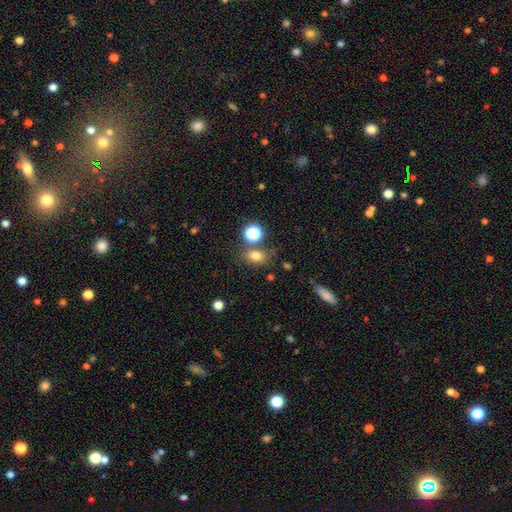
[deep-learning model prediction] Smooth or featured? smooth (75%)
How rounded? in between (63%)
Merging? none (67%)